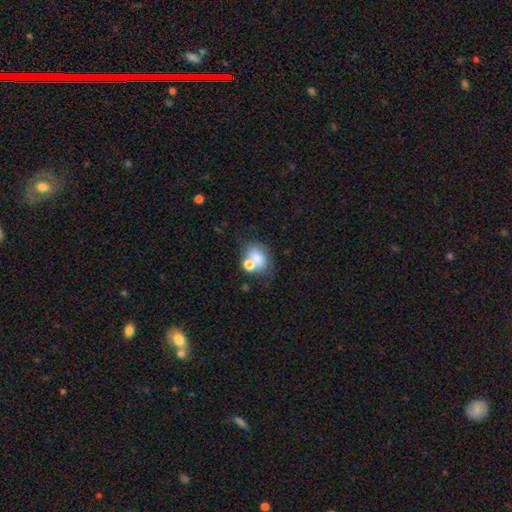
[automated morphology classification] The model was most divided on "merging": none: 42%, merger: 34%, minor disturbance: 15%, major disturbance: 8%. More confident: smooth or featured — smooth (73%); how rounded — in between (63%).